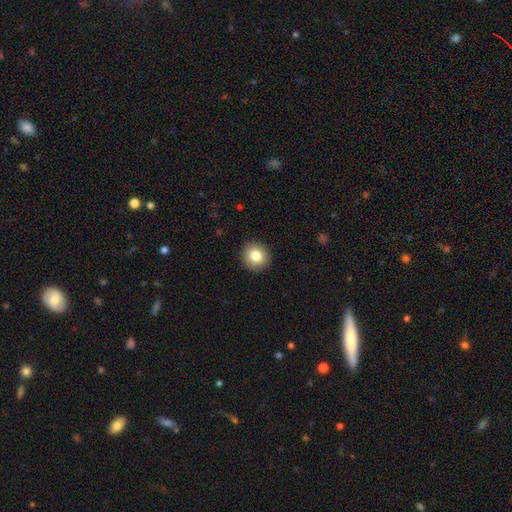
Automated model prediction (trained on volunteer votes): The model was most divided on "smooth or featured": smooth: 82%, star or artifact: 9%, featured or disk: 8%. More confident: merging — none (92%); how rounded — round (90%).